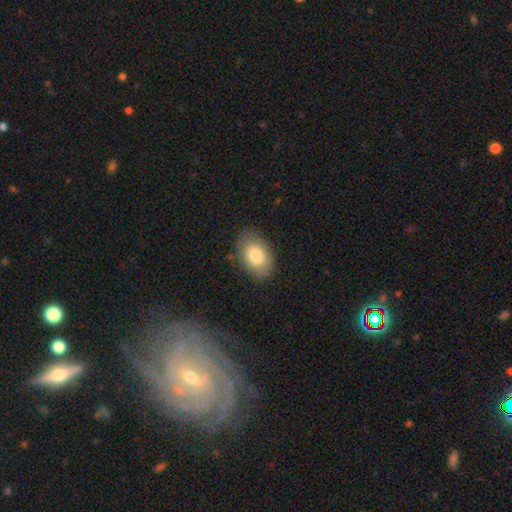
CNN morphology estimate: Q: Smooth or featured?
A: smooth (79%); runner-up: featured or disk (14%)
Q: How rounded?
A: in between (87%); runner-up: round (12%)
Q: Merging?
A: none (81%); runner-up: minor disturbance (14%)